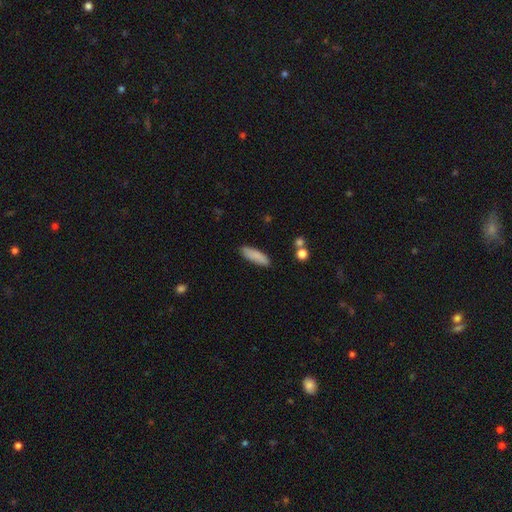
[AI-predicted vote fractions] A smooth galaxy with no disk features (86%) that is cigar-shaped (56%).

Vote fractions:
- Smooth or featured? smooth: 86% / featured or disk: 8% / star or artifact: 6%
- How rounded? cigar-shaped: 56% / in between: 42% / round: 2%
- Merging? none: 85% / minor disturbance: 11% / major disturbance: 2% / merger: 2%